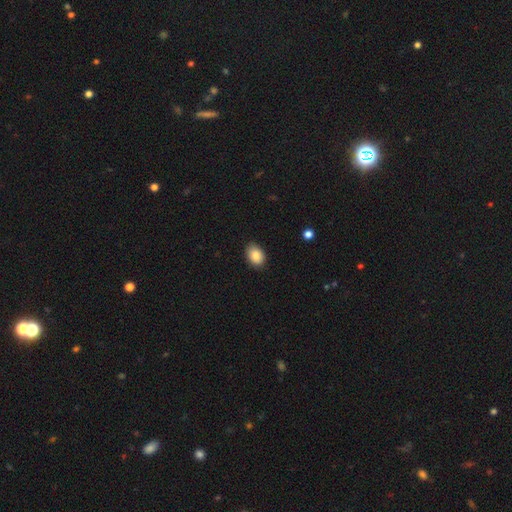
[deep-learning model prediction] smooth 87%, star or artifact 7%, featured or disk 5%. Down the decision tree: how rounded — in between (82%); merging — none (85%).